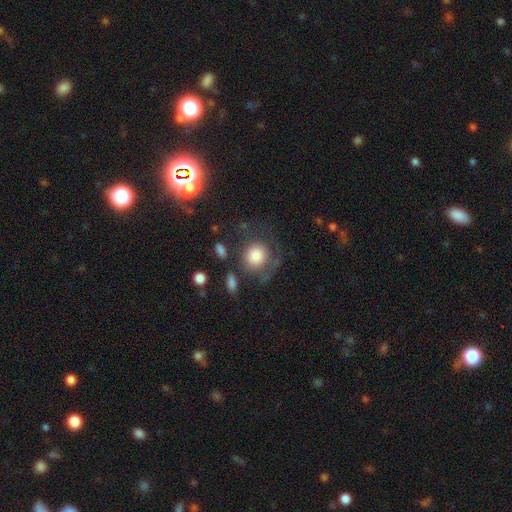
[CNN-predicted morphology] Overall: smooth (76%). How rounded: round (80%). Merging: none (50%; major disturbance 24%).